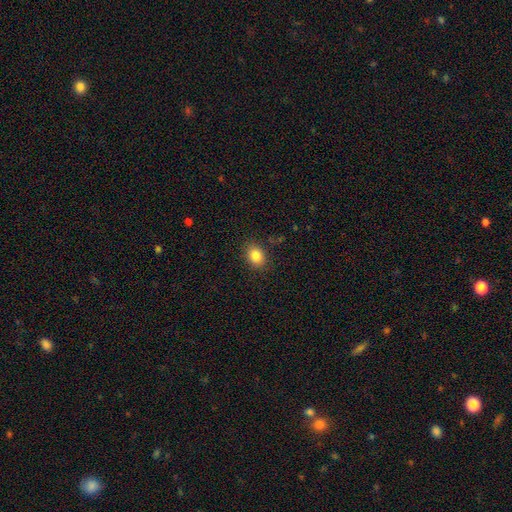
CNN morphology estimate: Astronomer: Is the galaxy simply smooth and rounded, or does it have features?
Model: smooth — 85%.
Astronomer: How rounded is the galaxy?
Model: in between — 64%.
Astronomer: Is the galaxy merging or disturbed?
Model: none — 87%.